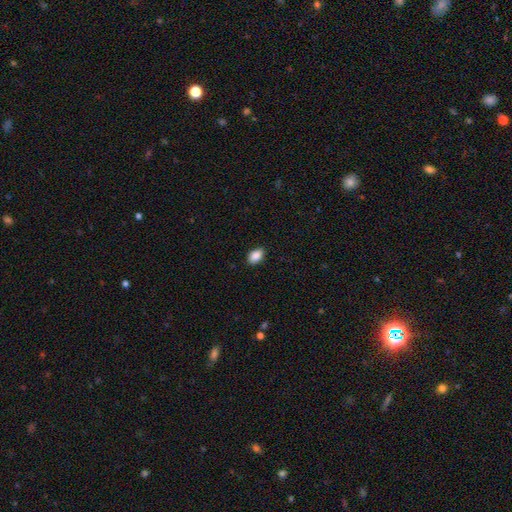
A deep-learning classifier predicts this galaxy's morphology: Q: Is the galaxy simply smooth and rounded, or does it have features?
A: smooth — 89%.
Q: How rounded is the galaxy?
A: in between — 90%.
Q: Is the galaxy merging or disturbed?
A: none — 89%.